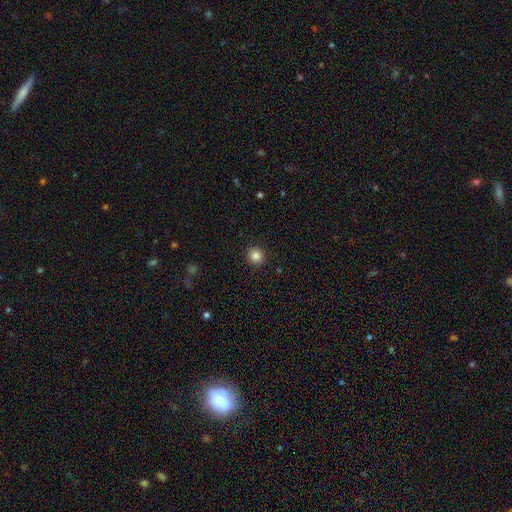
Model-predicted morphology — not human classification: Smooth or featured? smooth (84%)
How rounded? round (91%)
Merging? none (92%)